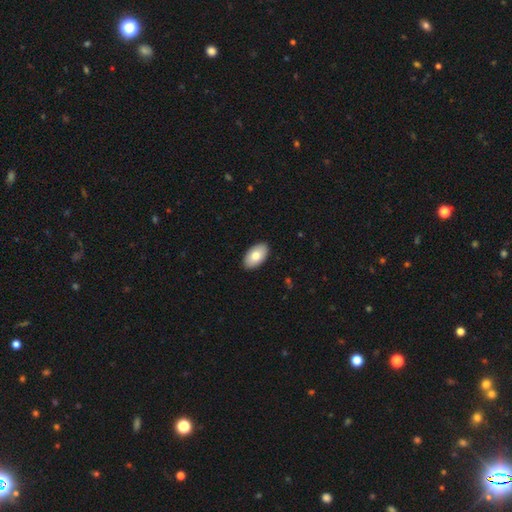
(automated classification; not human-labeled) This appears to be a smooth galaxy with no disk features (79%) that is in between round and cigar-shaped (96%). Merging: none (90%).